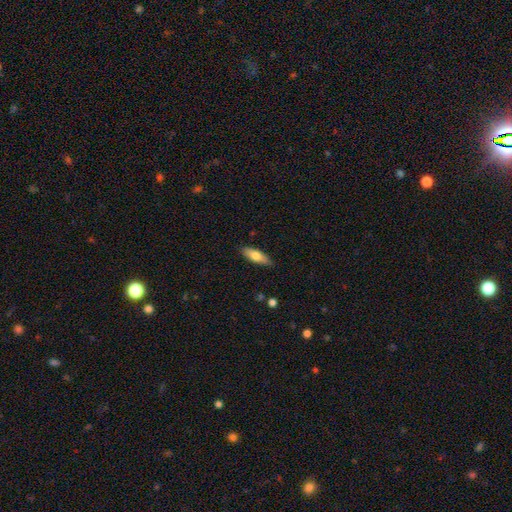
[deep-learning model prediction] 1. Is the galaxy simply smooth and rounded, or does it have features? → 69% smooth, 25% featured or disk, 6% star or artifact.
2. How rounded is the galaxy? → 55% in between, 42% cigar-shaped, 2% round.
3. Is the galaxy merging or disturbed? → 84% none, 12% minor disturbance, 2% major disturbance, 1% merger.